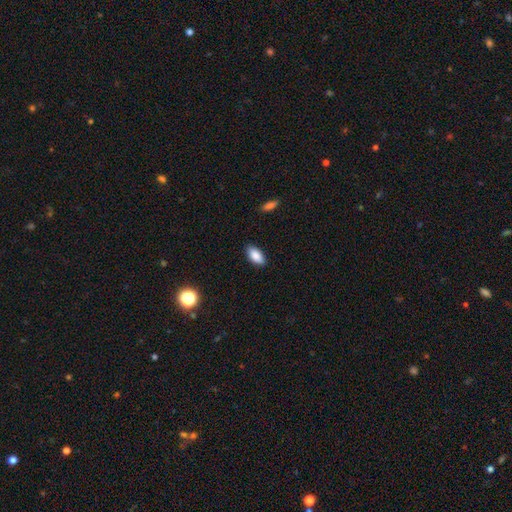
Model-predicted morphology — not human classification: This appears to be a smooth galaxy with no disk features (87%) that is in between round and cigar-shaped (91%). Merging: none (87%).